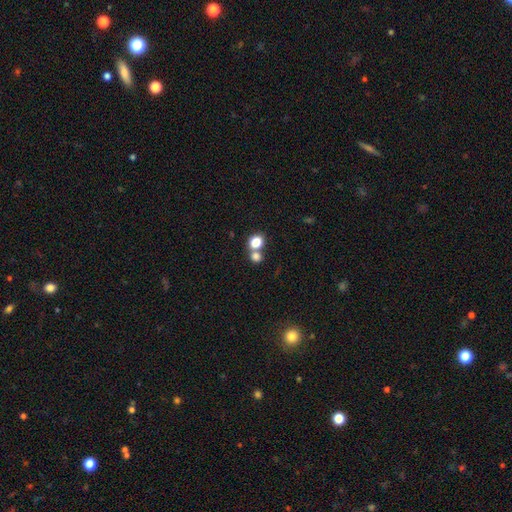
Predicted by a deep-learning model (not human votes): Morphology: type=smooth (80%); roundness=round (67%); merging=none (47%).